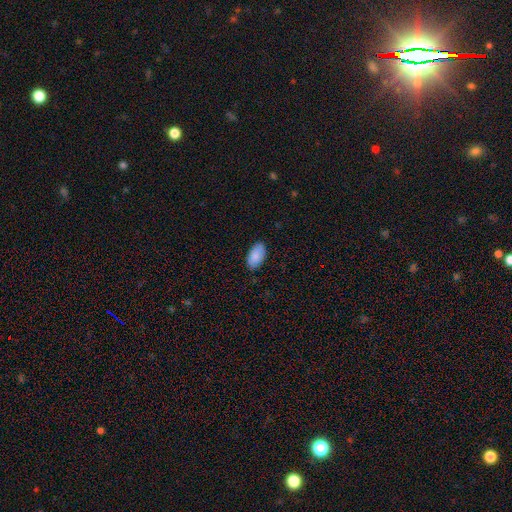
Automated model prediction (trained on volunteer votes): This appears to be a smooth galaxy with no disk features (87%) that is in between round and cigar-shaped (95%). Merging: none (84%).